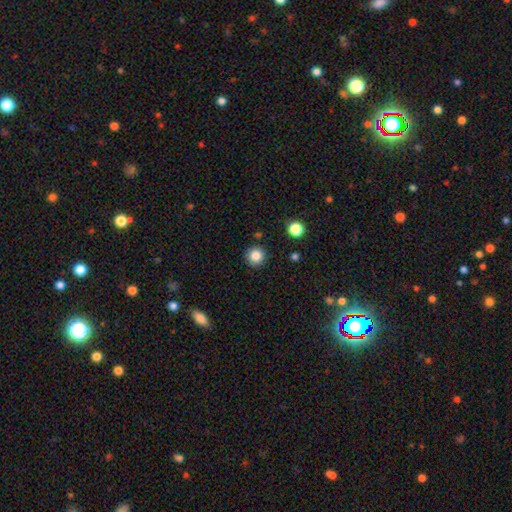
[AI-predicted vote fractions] A smooth galaxy with no disk features (84%) that is round (95%). Merging: none (90%).